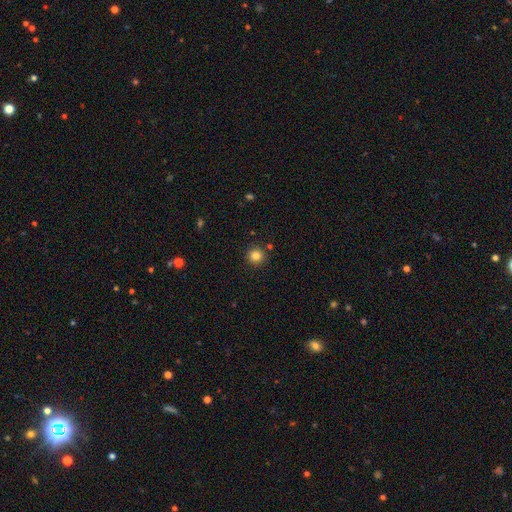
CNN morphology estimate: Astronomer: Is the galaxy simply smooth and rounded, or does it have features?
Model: smooth — 83%.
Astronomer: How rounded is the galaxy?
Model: round — 94%.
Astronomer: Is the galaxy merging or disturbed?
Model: none — 90%.